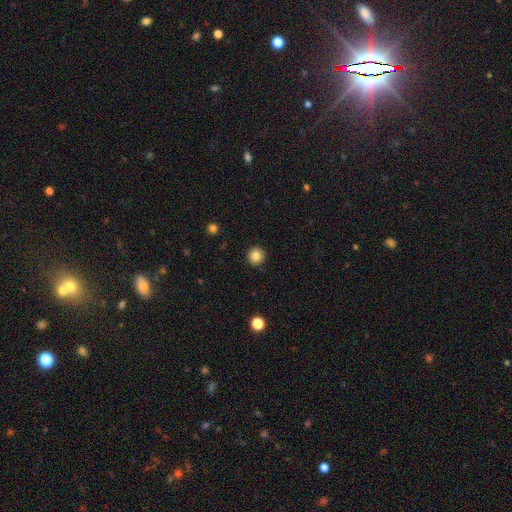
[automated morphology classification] This is clearly a smooth galaxy (85%). How rounded: clearly round (95%). Merging: clearly none (93%).